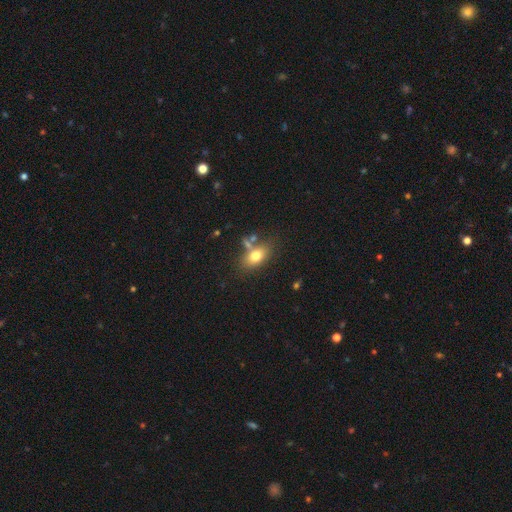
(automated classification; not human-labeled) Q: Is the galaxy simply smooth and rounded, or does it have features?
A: smooth — 74%.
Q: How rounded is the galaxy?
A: in between — 83%.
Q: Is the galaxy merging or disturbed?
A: none — 62%.